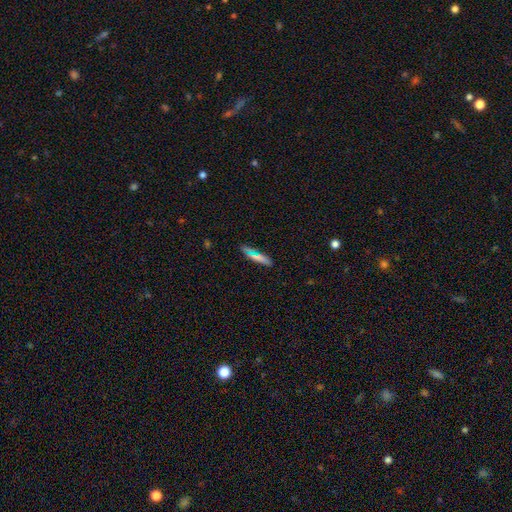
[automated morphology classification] Smooth or featured: smooth — 69% (featured or disk — 19%)
How rounded: cigar-shaped — 78% (in between — 19%)
Merging: none — 80% (minor disturbance — 13%)